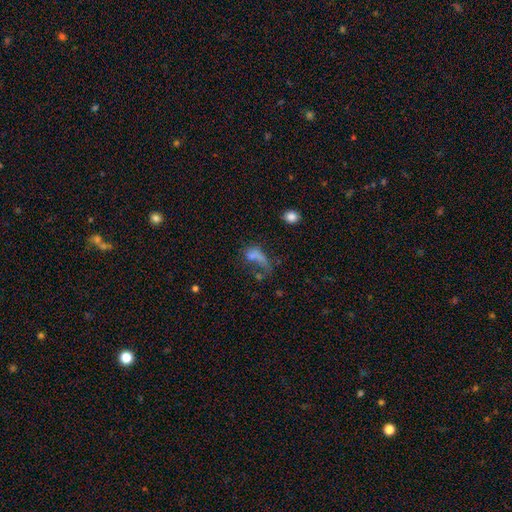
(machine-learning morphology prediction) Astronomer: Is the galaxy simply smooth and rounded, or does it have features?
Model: smooth — 56%.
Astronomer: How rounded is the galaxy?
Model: in between — 70%.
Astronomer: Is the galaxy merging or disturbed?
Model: major disturbance — 47%.